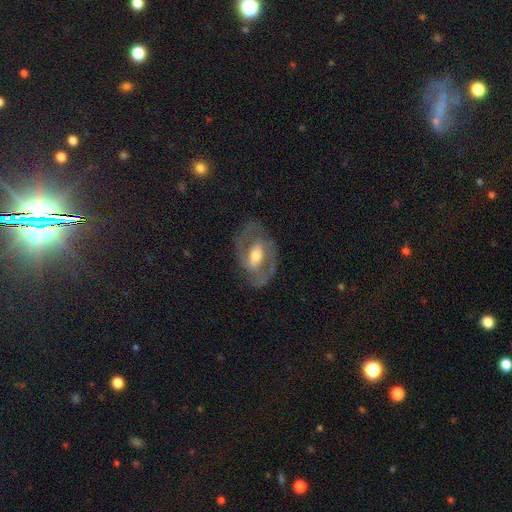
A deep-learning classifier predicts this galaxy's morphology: The model was most divided on "bar": weak: 39%, strong: 37%, no: 23%. More confident: edge-on disk — no (95%); spiral arm count — 2 (86%); spiral arms — yes (82%); smooth or featured — featured or disk (82%); merging — none (76%); bulge size — moderate (66%); spiral winding — medium (53%).